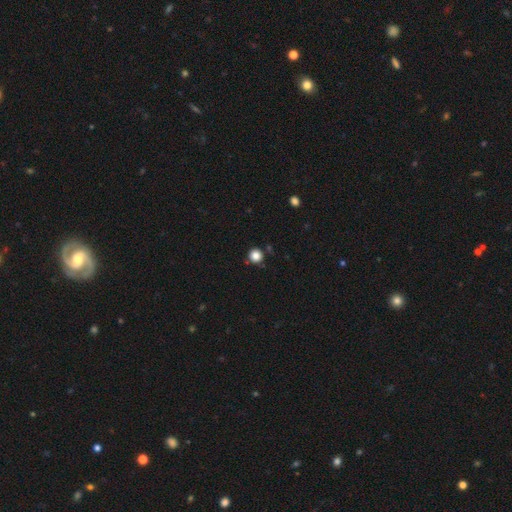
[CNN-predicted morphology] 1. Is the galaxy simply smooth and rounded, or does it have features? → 83% smooth, 12% star or artifact, 5% featured or disk.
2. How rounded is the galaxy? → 94% round, 5% in between, 1% cigar-shaped.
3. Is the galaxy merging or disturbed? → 87% none, 8% minor disturbance, 3% merger, 2% major disturbance.